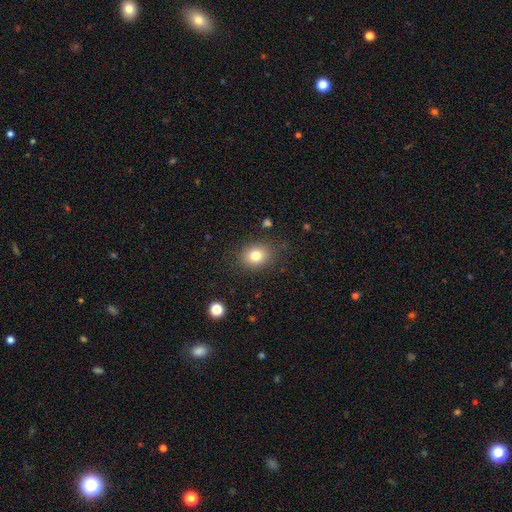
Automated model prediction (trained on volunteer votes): smooth-or-featured: smooth: 79% | star or artifact: 11% | featured or disk: 9%
  how-rounded: round: 56% | in between: 44% | cigar-shaped: 1%
  merging: none: 84% | minor disturbance: 11% | major disturbance: 4% | merger: 1%